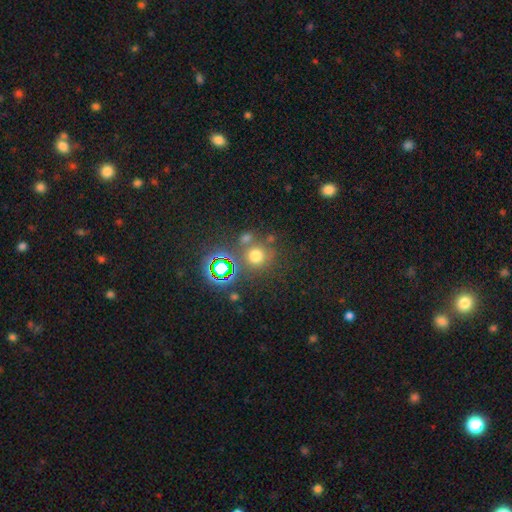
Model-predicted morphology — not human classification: Smooth or featured? Predicted: smooth (p=0.63). How rounded? Predicted: round (p=0.88). Merging? Predicted: none (p=0.67).